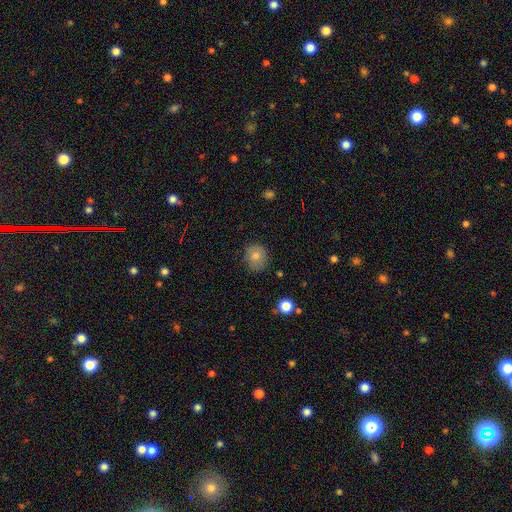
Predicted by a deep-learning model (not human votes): smooth_or_featured: smooth (p=0.74) [alt: featured or disk p=0.15]
how_rounded: round (p=0.79) [alt: in between p=0.20]
merging: none (p=0.83) [alt: minor disturbance p=0.13]